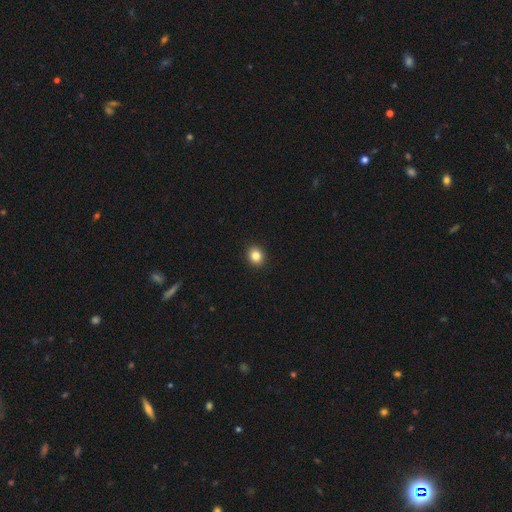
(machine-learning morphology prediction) This is clearly a smooth galaxy (84%). How rounded: likely round (75%). Merging: clearly none (93%).